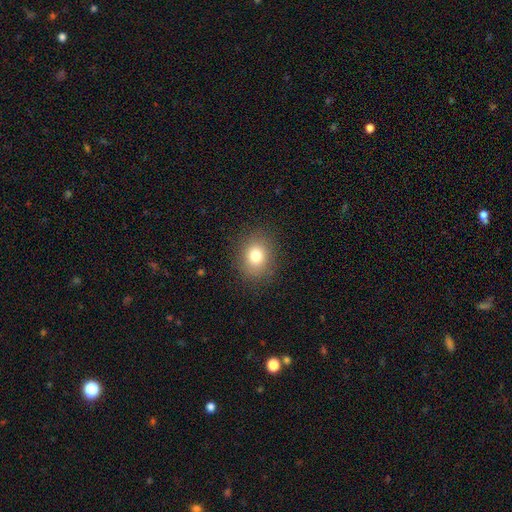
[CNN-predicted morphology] type=smooth (79%); roundness=round (61%); merging=none (87%).